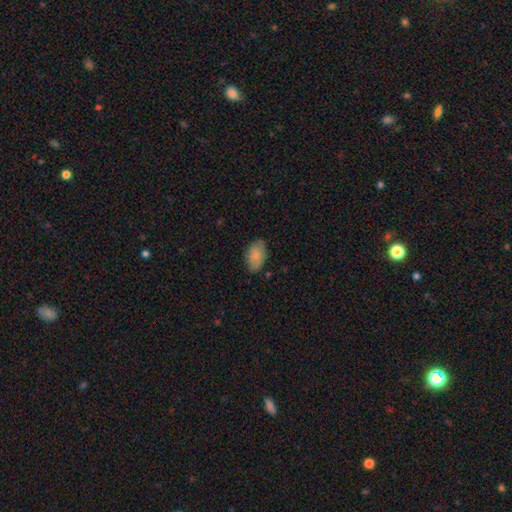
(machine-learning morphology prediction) This appears to be a smooth galaxy with no disk features (84%) that is in between round and cigar-shaped (91%). Merging: none (79%).